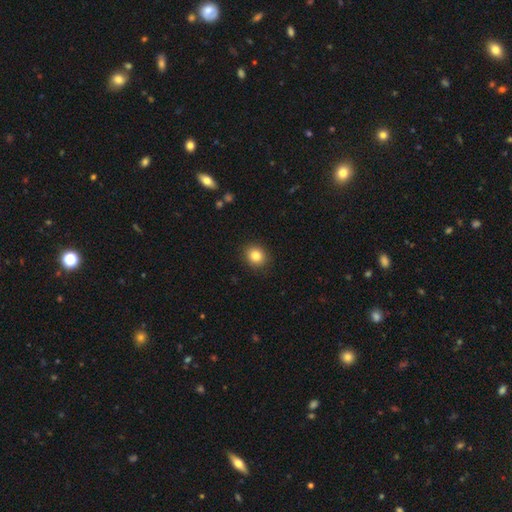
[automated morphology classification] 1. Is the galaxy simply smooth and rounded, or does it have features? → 84% smooth, 10% star or artifact, 6% featured or disk.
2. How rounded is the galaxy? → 75% round, 24% in between, 1% cigar-shaped.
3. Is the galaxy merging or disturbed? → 90% none, 7% minor disturbance, 2% major disturbance, 1% merger.